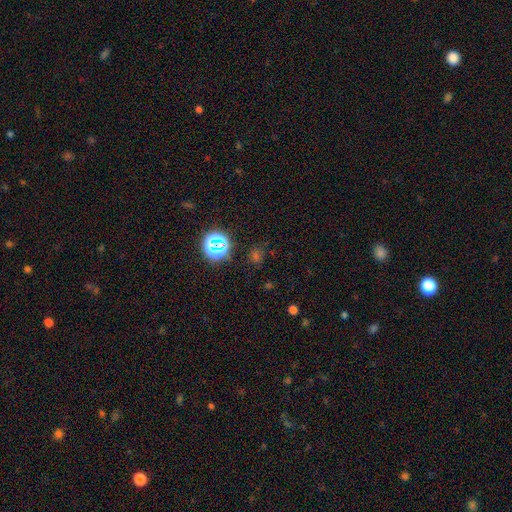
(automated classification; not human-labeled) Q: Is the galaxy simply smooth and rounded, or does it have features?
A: star or artifact — 57%.